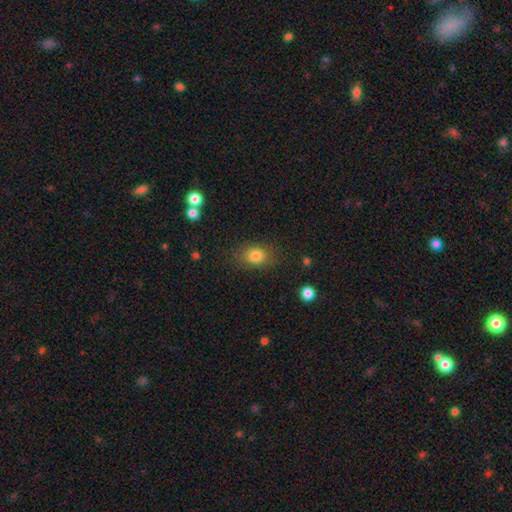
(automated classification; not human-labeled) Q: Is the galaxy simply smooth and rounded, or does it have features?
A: smooth — 82%.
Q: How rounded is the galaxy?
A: in between — 56%.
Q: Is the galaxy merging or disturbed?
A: none — 81%.